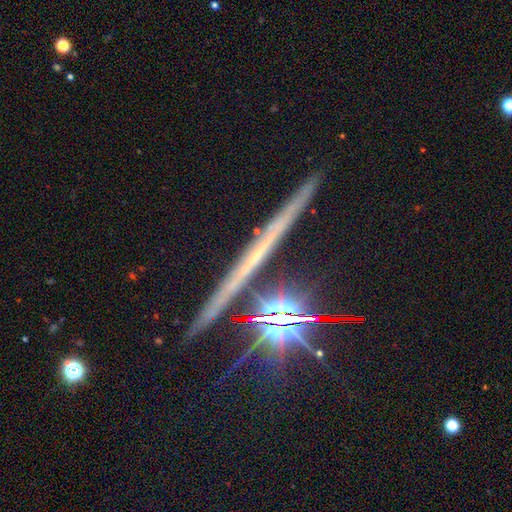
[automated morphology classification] Smooth or featured? featured or disk (57%)
Edge-on disk? yes (96%)
Edge-on bulge? none (77%)
Merging? none (86%)